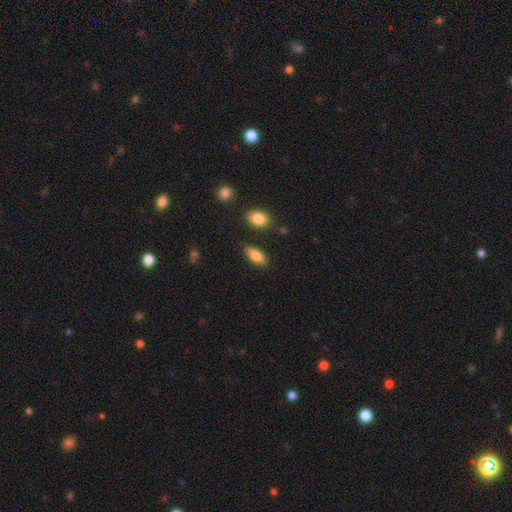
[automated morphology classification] smooth 79%, featured or disk 14%, star or artifact 7%. Down the decision tree: how rounded — in between (80%); merging — none (85%).